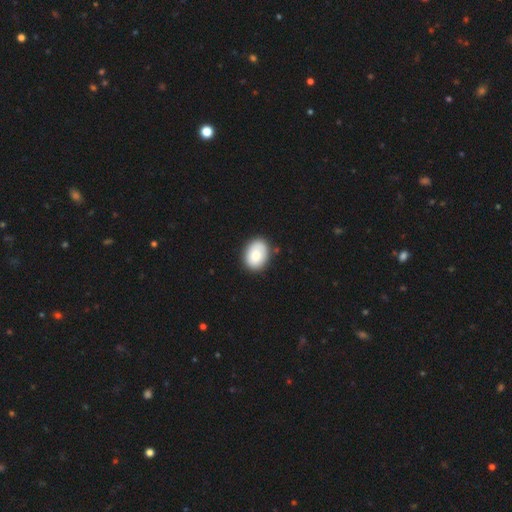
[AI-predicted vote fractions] smooth 83%, featured or disk 10%, star or artifact 6%. Down the decision tree: how rounded — in between (69%); merging — none (83%).